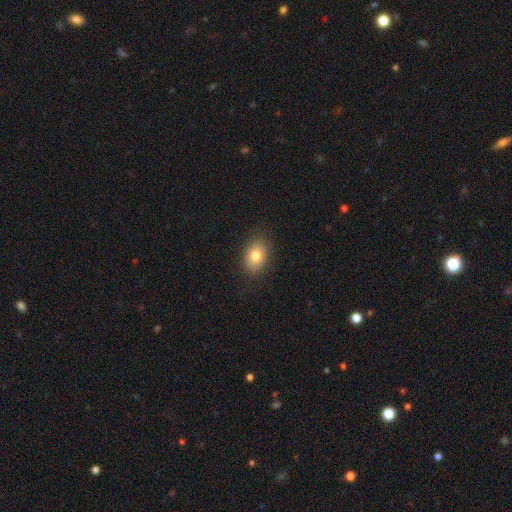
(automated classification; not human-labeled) smooth-or-featured: smooth: 80% | featured or disk: 11% | star or artifact: 9%
  how-rounded: in between: 80% | round: 19% | cigar-shaped: 1%
  merging: none: 84% | minor disturbance: 12% | major disturbance: 3% | merger: 1%